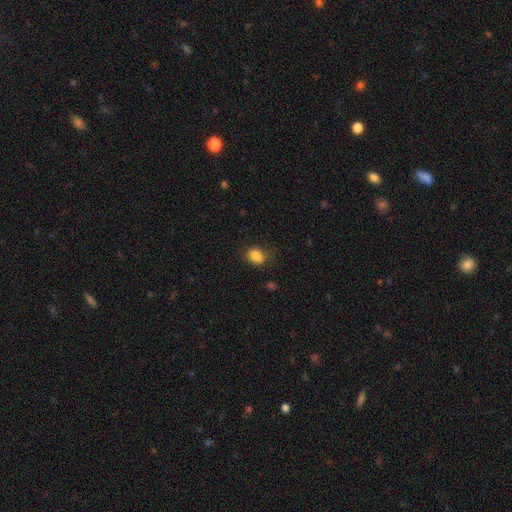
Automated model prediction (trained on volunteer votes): Smooth or featured? smooth (84%)
How rounded? in between (59%)
Merging? none (63%)